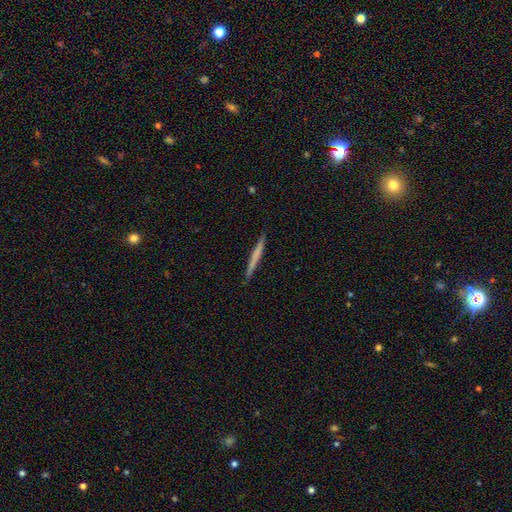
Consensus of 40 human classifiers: Overall: smooth (68%; featured or disk 30%). How rounded: cigar-shaped (96%). Merging: none (90%).